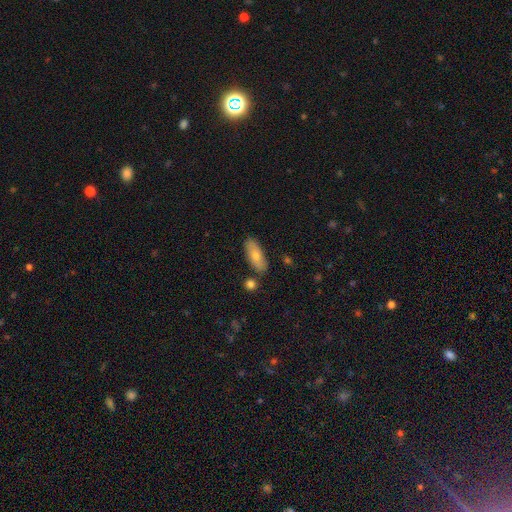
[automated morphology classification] This appears to be a smooth galaxy with no disk features (76%) that is in between round and cigar-shaped (79%). Merging: none (80%).